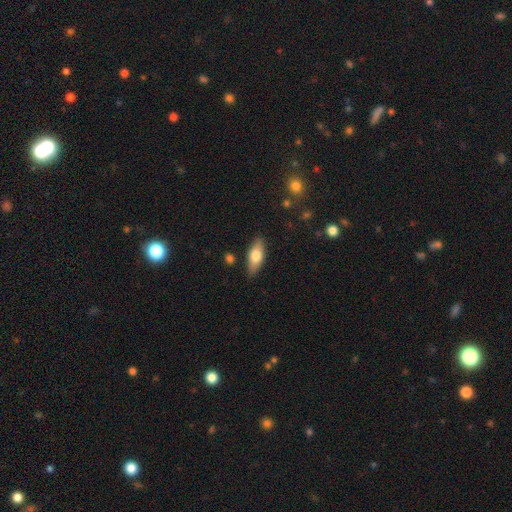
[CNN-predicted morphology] Overall: smooth (70%). How rounded: in between (74%). Merging: none (85%).